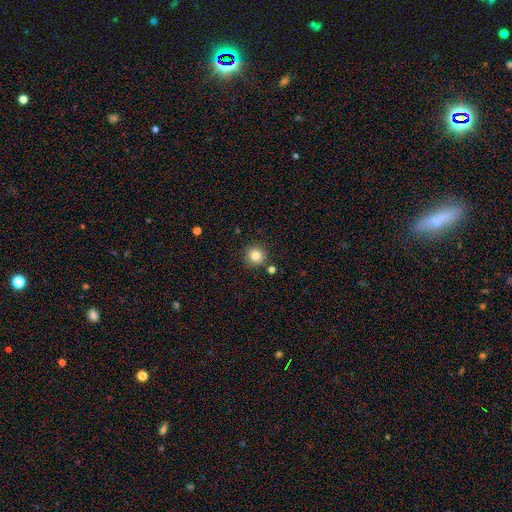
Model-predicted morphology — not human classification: smooth_or_featured: smooth (p=0.82) [alt: star or artifact p=0.12]
how_rounded: round (p=0.94) [alt: in between p=0.05]
merging: none (p=0.86) [alt: minor disturbance p=0.07]